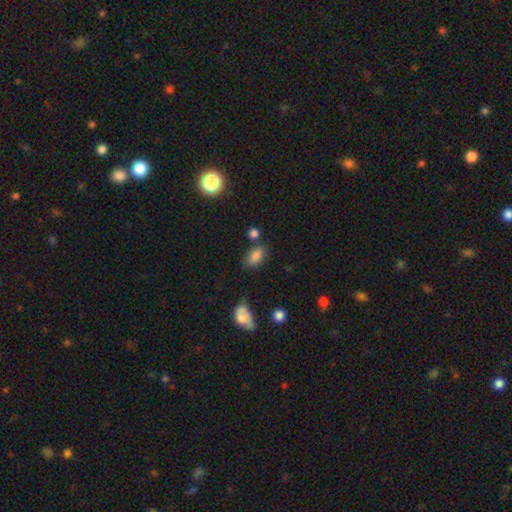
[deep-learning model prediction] Smooth or featured? Predicted: smooth (p=0.80). How rounded? Predicted: in between (p=0.87). Merging? Predicted: none (p=0.71).